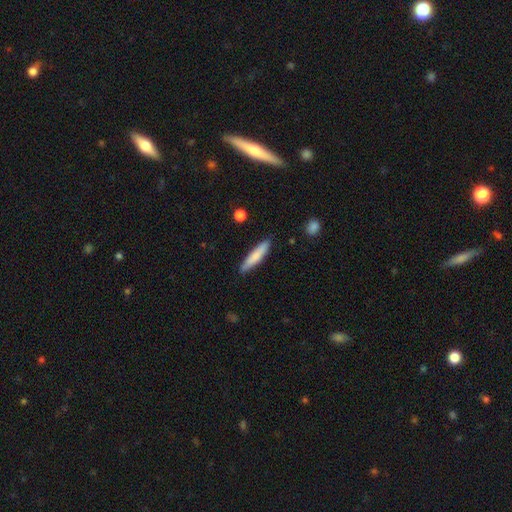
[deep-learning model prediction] smooth-or-featured: smooth: 78% | featured or disk: 17% | star or artifact: 6%
  how-rounded: cigar-shaped: 87% | in between: 12% | round: 1%
  merging: none: 87% | minor disturbance: 9% | major disturbance: 2% | merger: 1%